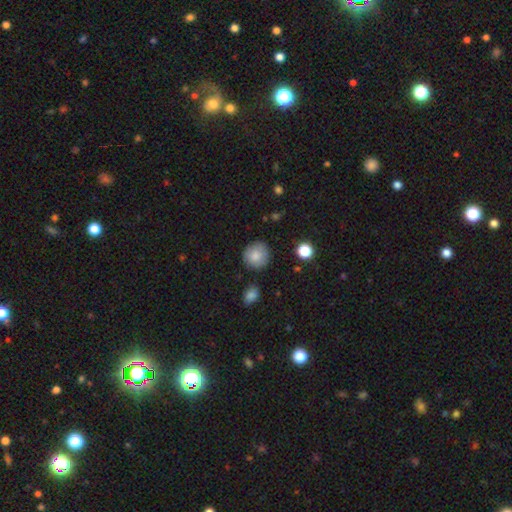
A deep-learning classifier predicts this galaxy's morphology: Q: Smooth or featured?
A: smooth (83%); runner-up: featured or disk (9%)
Q: How rounded?
A: round (90%); runner-up: in between (9%)
Q: Merging?
A: none (81%); runner-up: minor disturbance (13%)